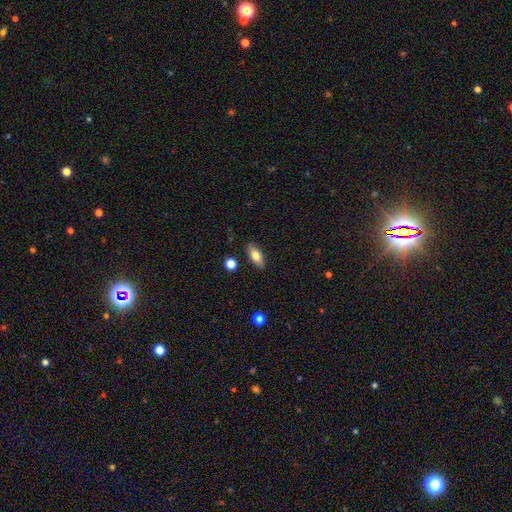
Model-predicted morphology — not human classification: A smooth galaxy with no disk features (78%) that is in between round and cigar-shaped (82%). Merging: none (85%).